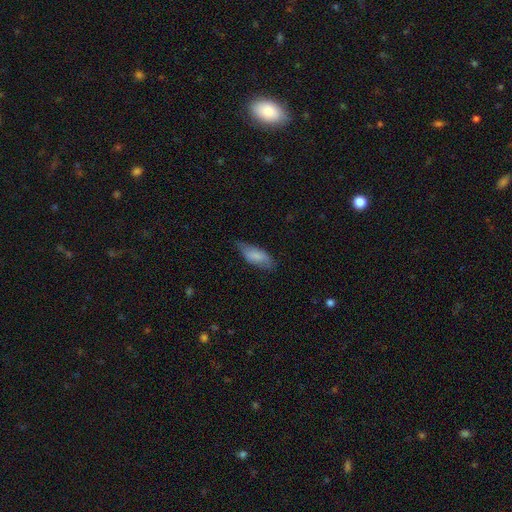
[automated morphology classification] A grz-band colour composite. It shows a smooth galaxy with no disk features (78%) that is in between round and cigar-shaped (78%). Merging: none (59%).